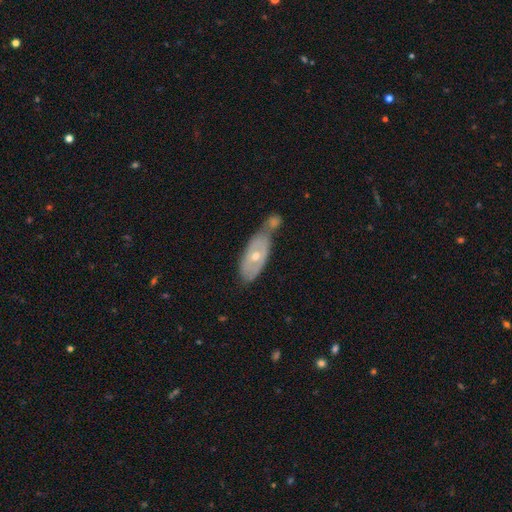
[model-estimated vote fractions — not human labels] A featured or disk galaxy (56%).

Vote fractions:
- Smooth or featured? featured or disk: 56% / smooth: 37% / star or artifact: 7%
- Edge-on disk? no: 84% / yes: 16%
- Merging? none: 40% / merger: 39% / minor disturbance: 16% / major disturbance: 6%